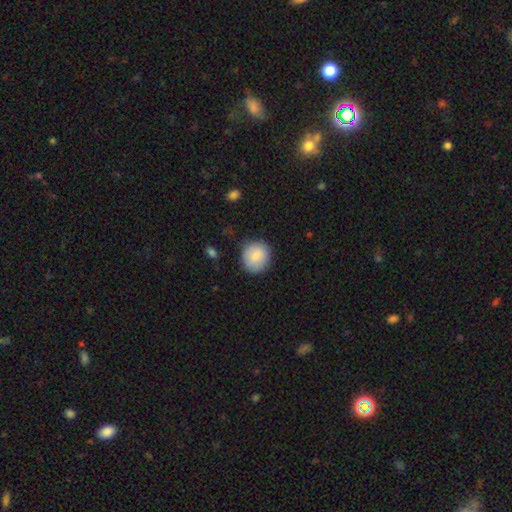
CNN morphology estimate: Q: Smooth or featured?
A: smooth (86%); runner-up: star or artifact (7%)
Q: How rounded?
A: round (83%); runner-up: in between (16%)
Q: Merging?
A: none (82%); runner-up: minor disturbance (13%)